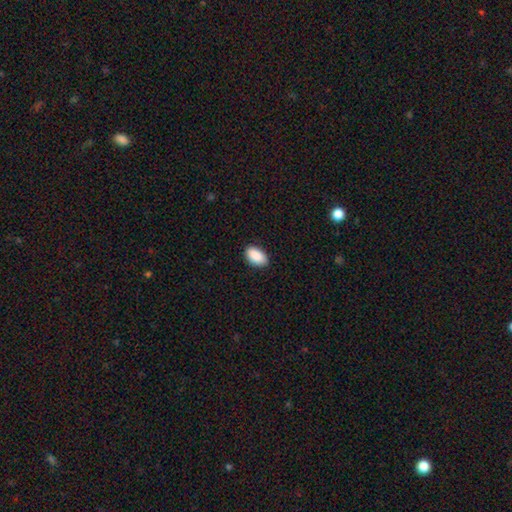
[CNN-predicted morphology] smooth 91%, star or artifact 6%, featured or disk 3%. Down the decision tree: how rounded — in between (94%); merging — none (88%).